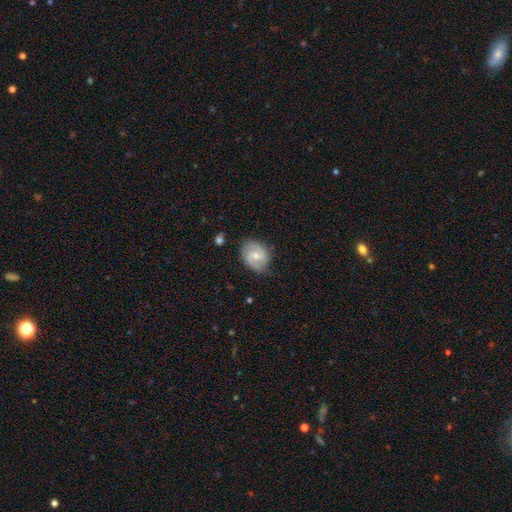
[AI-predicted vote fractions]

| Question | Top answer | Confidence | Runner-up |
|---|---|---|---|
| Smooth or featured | featured or disk | 63% | smooth (31%) |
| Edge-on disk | no | 97% | yes (3%) |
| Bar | weak | 53% | no (35%) |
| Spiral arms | yes | 88% | no (12%) |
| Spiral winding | medium | 47% | tight (35%) |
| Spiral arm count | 2 | 84% | can't tell (10%) |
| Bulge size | moderate | 53% | small (41%) |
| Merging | none | 74% | minor disturbance (20%) |